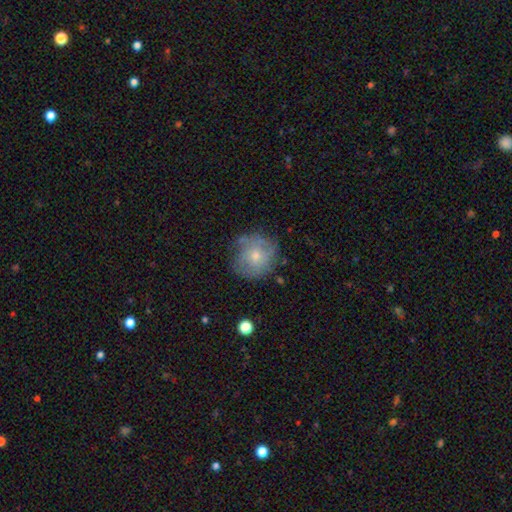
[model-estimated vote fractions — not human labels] A smooth galaxy with no disk features (45%, tied with featured or disk). Merging: none (69%).